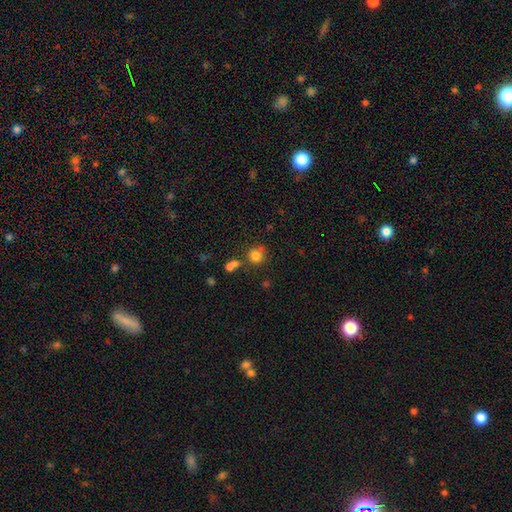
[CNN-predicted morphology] Smooth or featured: smooth — 80% (star or artifact — 13%)
How rounded: round — 88% (in between — 11%)
Merging: none — 63% (merger — 20%)